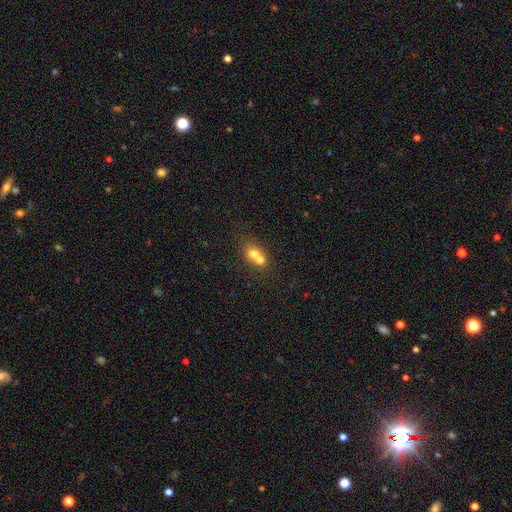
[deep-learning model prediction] The model was most divided on "how rounded": round: 60%, in between: 38%, cigar-shaped: 2%. More confident: merging — merger (69%); smooth or featured — smooth (66%).